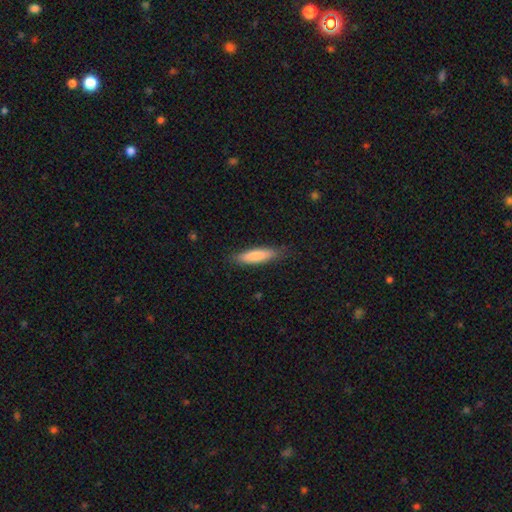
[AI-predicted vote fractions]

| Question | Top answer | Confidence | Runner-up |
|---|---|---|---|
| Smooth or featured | smooth | 82% | featured or disk (12%) |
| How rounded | cigar-shaped | 72% | in between (26%) |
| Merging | none | 83% | minor disturbance (13%) |